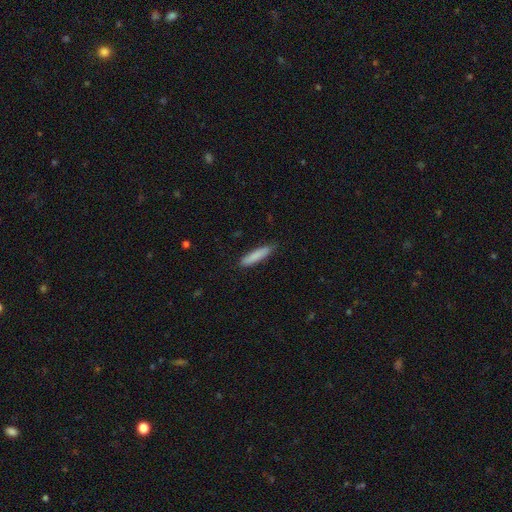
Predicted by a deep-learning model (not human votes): Morphology: type=smooth (85%); roundness=cigar-shaped (83%); merging=none (84%).